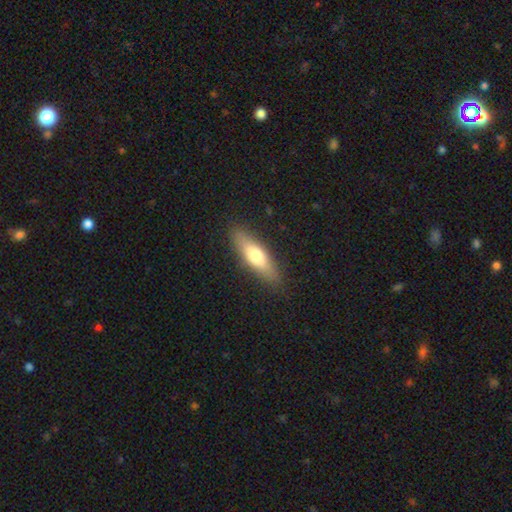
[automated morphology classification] smooth-or-featured: smooth: 66% | featured or disk: 29% | star or artifact: 6%
  how-rounded: cigar-shaped: 57% | in between: 41% | round: 2%
  merging: none: 87% | minor disturbance: 10% | major disturbance: 2% | merger: 1%